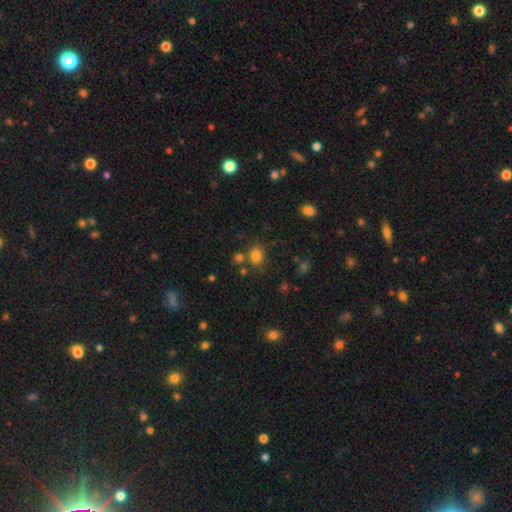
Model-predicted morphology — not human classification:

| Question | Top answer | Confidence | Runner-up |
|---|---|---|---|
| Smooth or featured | smooth | 79% | star or artifact (15%) |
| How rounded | round | 55% | in between (44%) |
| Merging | none | 68% | merger (14%) |